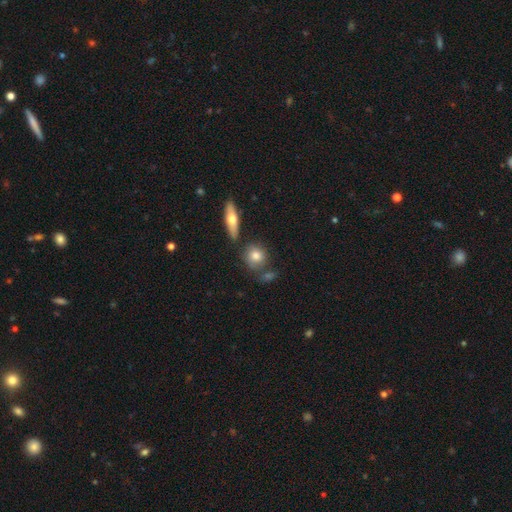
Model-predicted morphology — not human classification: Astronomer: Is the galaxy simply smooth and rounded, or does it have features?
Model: smooth — 78%.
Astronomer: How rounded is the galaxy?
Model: round — 68%.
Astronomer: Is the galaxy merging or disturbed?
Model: none — 66%.